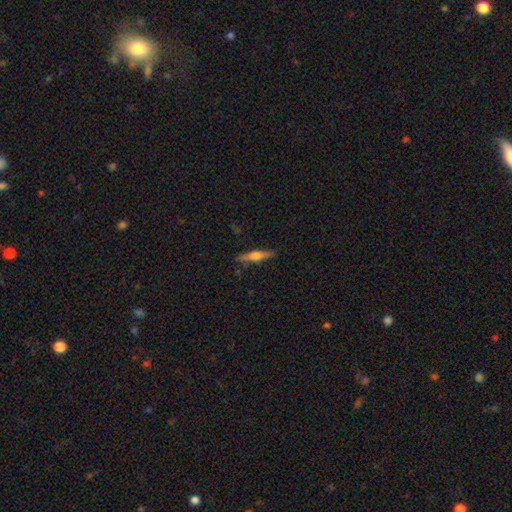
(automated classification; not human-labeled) Overall: featured or disk (57%; smooth 37%). Edge-on disk: yes (97%). Edge-on bulge: rounded (80%). Merging: none (87%).